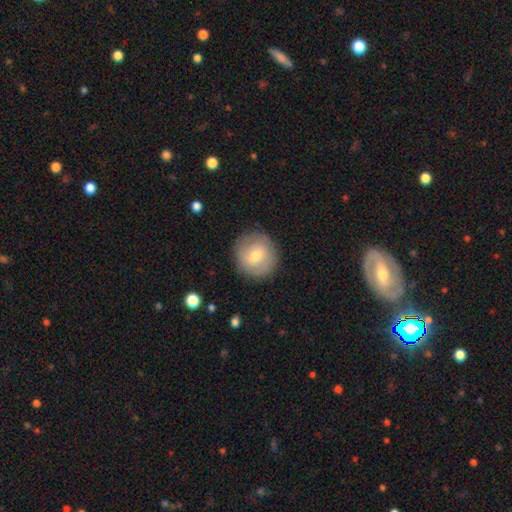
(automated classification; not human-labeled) Smooth or featured?
  - smooth: 65% *
  - featured or disk: 27%
  - star or artifact: 8%
How rounded?
  - round: 92% *
  - in between: 7%
  - cigar-shaped: 1%
Merging?
  - none: 86% *
  - minor disturbance: 10%
  - major disturbance: 3%
  - merger: 1%